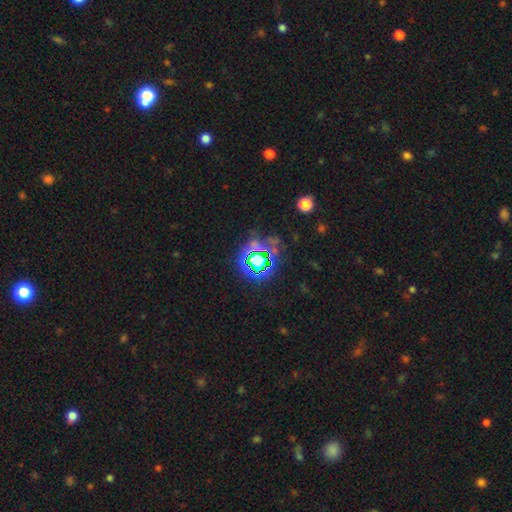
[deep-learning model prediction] smooth-or-featured: star or artifact: 78% | smooth: 14% | featured or disk: 8%